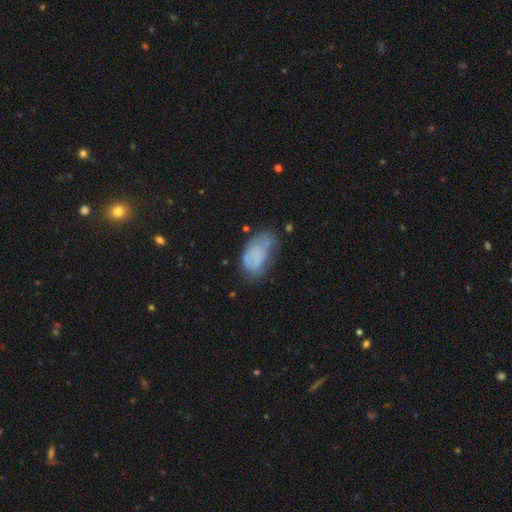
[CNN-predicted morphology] This appears to be a smooth galaxy with no disk features (61%) that is in between round and cigar-shaped (92%). Merging: none (39%).